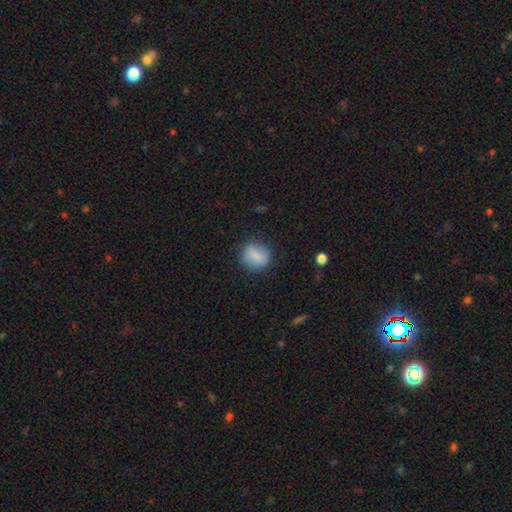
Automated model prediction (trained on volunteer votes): A smooth galaxy with no disk features (80%) that is round (74%).

Vote fractions:
- Smooth or featured? smooth: 80% / featured or disk: 12% / star or artifact: 8%
- How rounded? round: 74% / in between: 24% / cigar-shaped: 2%
- Merging? none: 82% / minor disturbance: 13% / major disturbance: 4% / merger: 1%